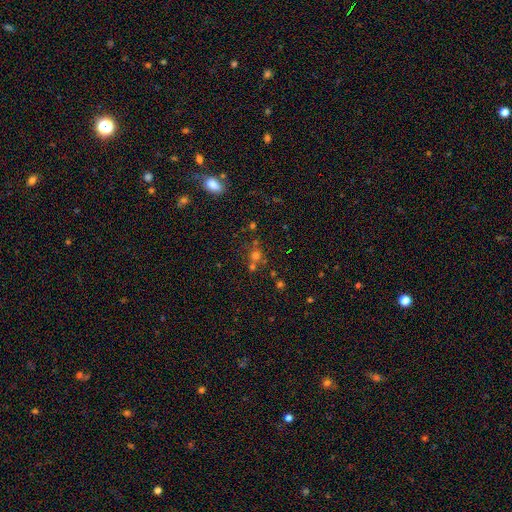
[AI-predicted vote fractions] Smooth or featured: smooth — 56% (star or artifact — 32%)
How rounded: round — 84% (in between — 15%)
Merging: none — 59% (merger — 28%)